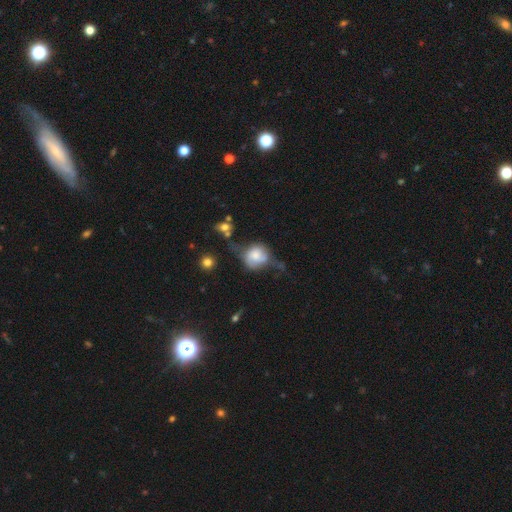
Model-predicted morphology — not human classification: Smooth or featured?
  - smooth: 59% *
  - featured or disk: 32%
  - star or artifact: 9%
How rounded?
  - round: 69% *
  - in between: 30%
  - cigar-shaped: 1%
Merging?
  - major disturbance: 31% *
  - minor disturbance: 29%
  - none: 26%
  - merger: 14%